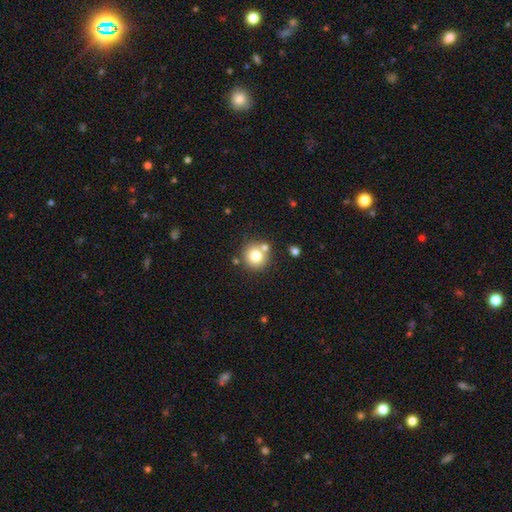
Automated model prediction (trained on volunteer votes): Smooth or featured? smooth (77%)
How rounded? round (92%)
Merging? none (72%)